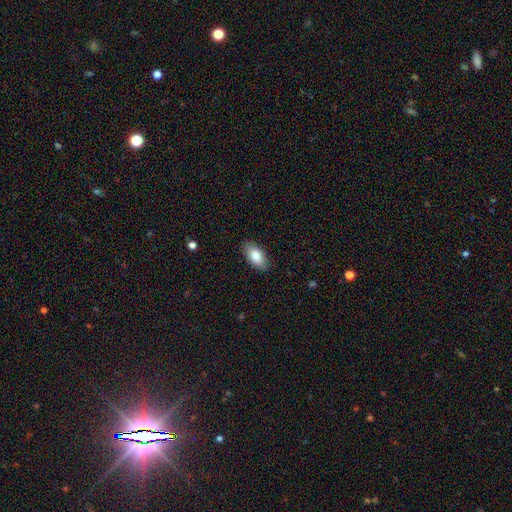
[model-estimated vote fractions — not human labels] Smooth or featured? Predicted: smooth (p=0.84). How rounded? Predicted: in between (p=0.92). Merging? Predicted: none (p=0.88).